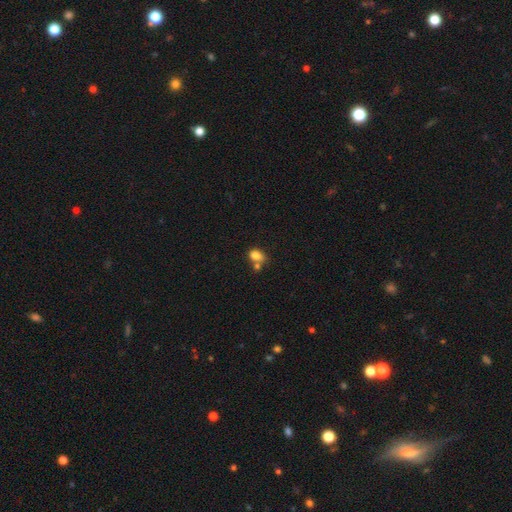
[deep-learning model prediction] The model was most divided on "merging": none: 46%, merger: 35%, minor disturbance: 14%, major disturbance: 5%. More confident: smooth or featured — smooth (81%); how rounded — in between (68%).